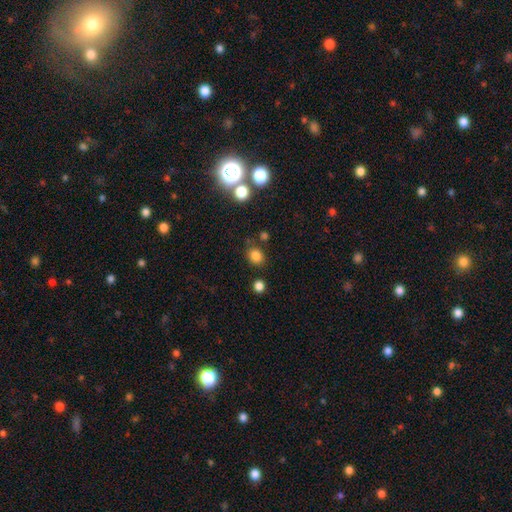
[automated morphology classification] type=smooth (81%); roundness=round (60%); merging=none (77%).